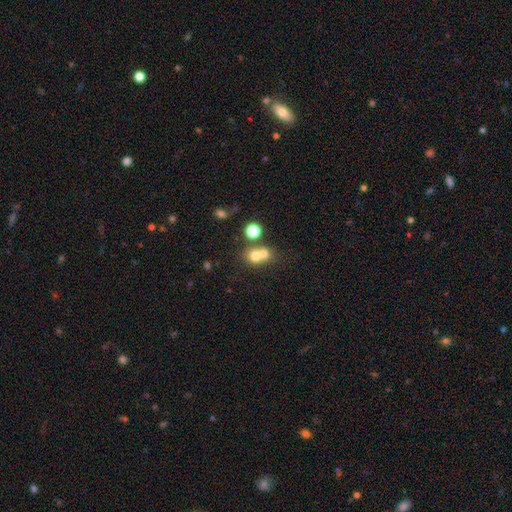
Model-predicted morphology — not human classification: Smooth or featured? Predicted: smooth (p=0.70). How rounded? Predicted: round (p=0.79). Merging? Predicted: merger (p=0.56).